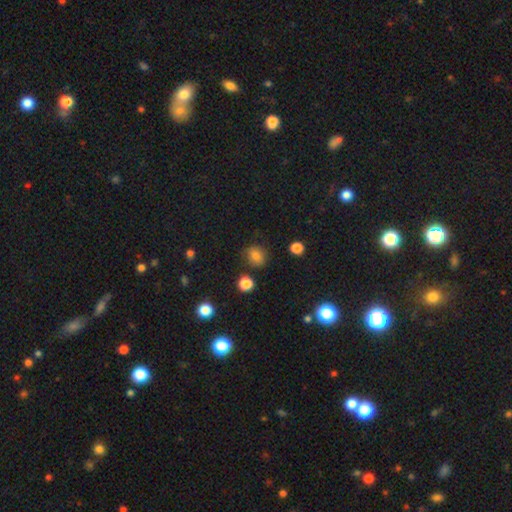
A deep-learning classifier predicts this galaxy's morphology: Smooth or featured? Predicted: smooth (p=0.80). How rounded? Predicted: round (p=0.71). Merging? Predicted: none (p=0.80).